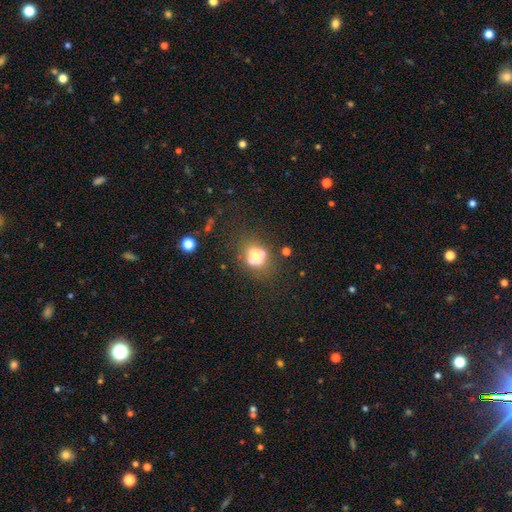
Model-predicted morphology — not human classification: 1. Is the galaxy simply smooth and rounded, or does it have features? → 40% smooth, 30% star or artifact, 29% featured or disk.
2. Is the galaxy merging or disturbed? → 48% none, 35% merger, 10% minor disturbance, 7% major disturbance.